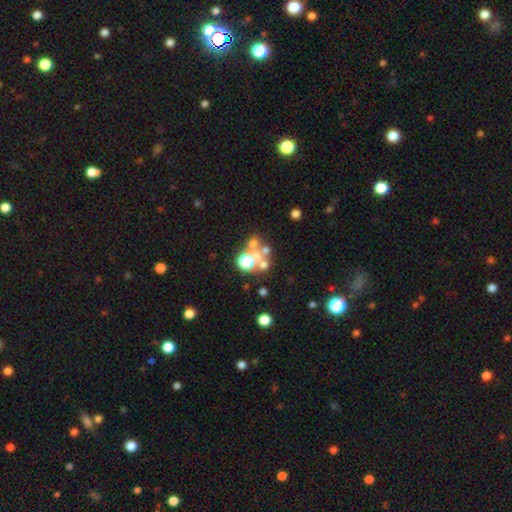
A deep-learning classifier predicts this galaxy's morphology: This appears to be a smooth galaxy with no disk features (40%). Merging: merger (42%, tied with none).